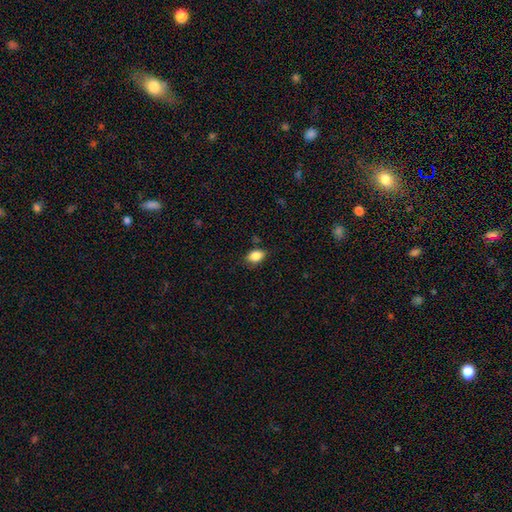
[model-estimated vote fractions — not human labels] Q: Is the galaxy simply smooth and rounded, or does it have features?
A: smooth — 85%.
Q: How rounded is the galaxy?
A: in between — 81%.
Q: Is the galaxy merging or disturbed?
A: none — 78%.